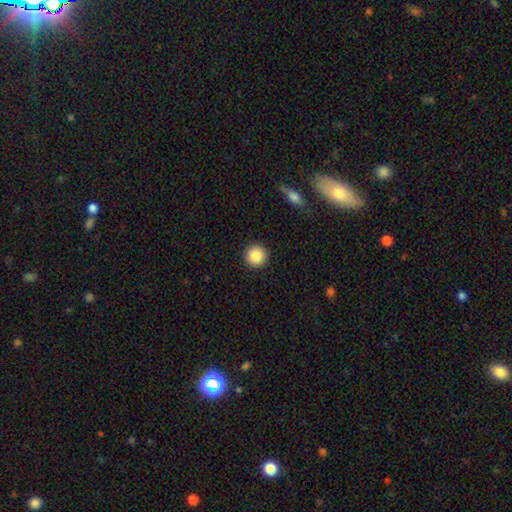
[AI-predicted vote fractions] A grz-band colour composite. It shows a smooth galaxy with no disk features (88%) that is round (95%). Merging: none (93%).